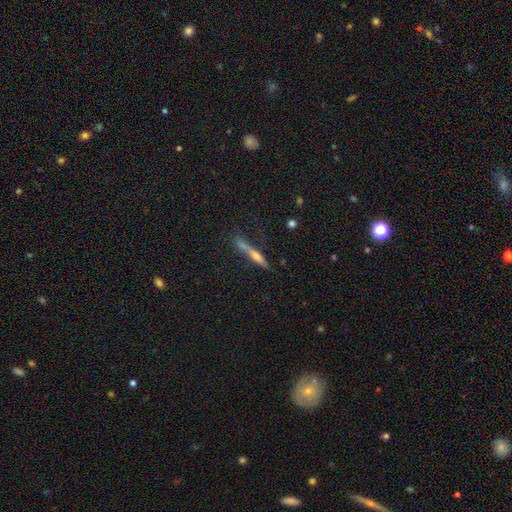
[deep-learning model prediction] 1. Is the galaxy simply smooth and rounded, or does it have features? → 47% featured or disk, 45% smooth, 9% star or artifact.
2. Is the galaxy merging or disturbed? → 64% none, 19% minor disturbance, 9% merger, 8% major disturbance.